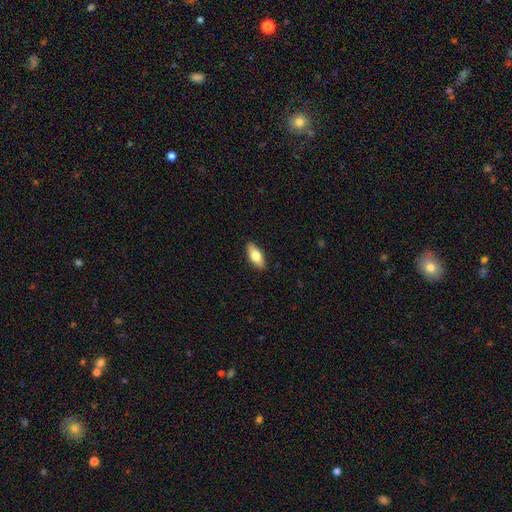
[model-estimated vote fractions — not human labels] smooth_or_featured: smooth (p=0.71) [alt: featured or disk p=0.23]
how_rounded: in between (p=0.79) [alt: cigar-shaped p=0.18]
merging: none (p=0.89) [alt: minor disturbance p=0.08]